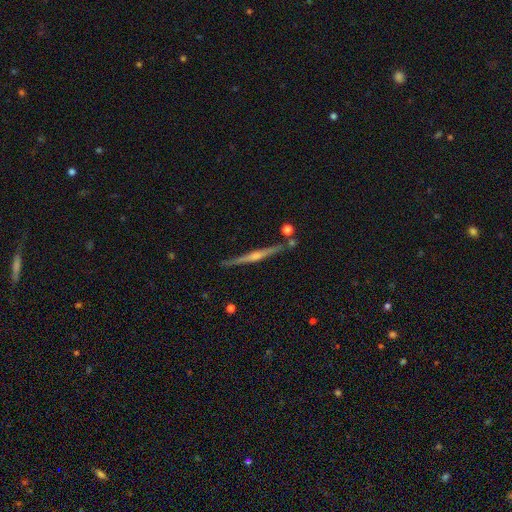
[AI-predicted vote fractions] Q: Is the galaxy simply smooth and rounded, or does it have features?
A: featured or disk — 78%.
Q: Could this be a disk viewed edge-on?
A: yes — 98%.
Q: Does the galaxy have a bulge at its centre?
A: rounded — 78%.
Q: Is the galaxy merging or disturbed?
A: none — 86%.